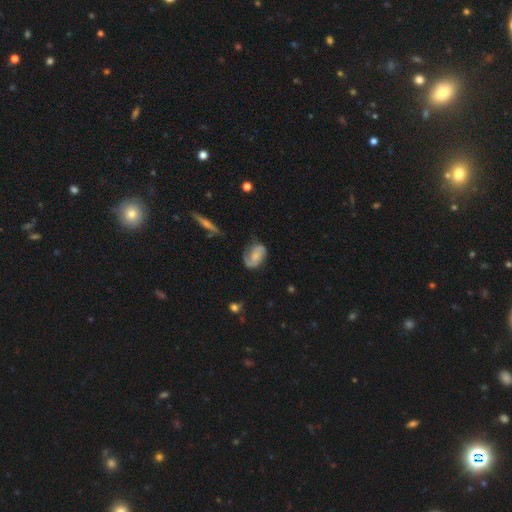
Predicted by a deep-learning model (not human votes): smooth_or_featured: featured or disk (p=0.61) [alt: smooth p=0.31]
disk_edge_on: no (p=0.96) [alt: yes p=0.04]
bar: no (p=0.64) [alt: weak p=0.29]
has_spiral_arms: yes (p=0.90) [alt: no p=0.10]
spiral_winding: medium (p=0.40) [alt: tight p=0.31]
spiral_arm_count: 2 (p=0.61) [alt: 1 p=0.26]
bulge_size: small (p=0.38) [alt: moderate p=0.28]
merging: none (p=0.55) [alt: minor disturbance p=0.27]